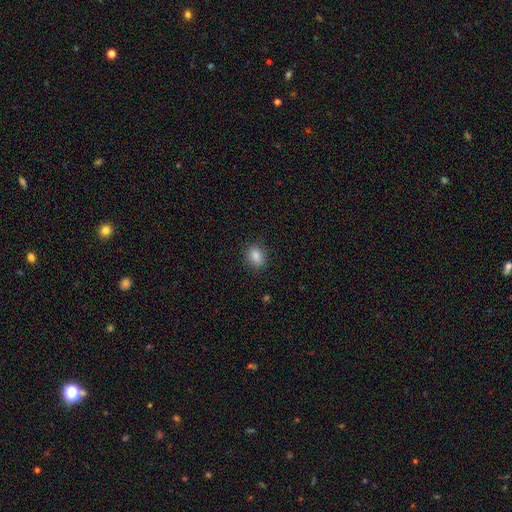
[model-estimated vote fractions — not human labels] This is clearly a smooth galaxy (86%). How rounded: likely in between (63%). Merging: clearly none (88%).